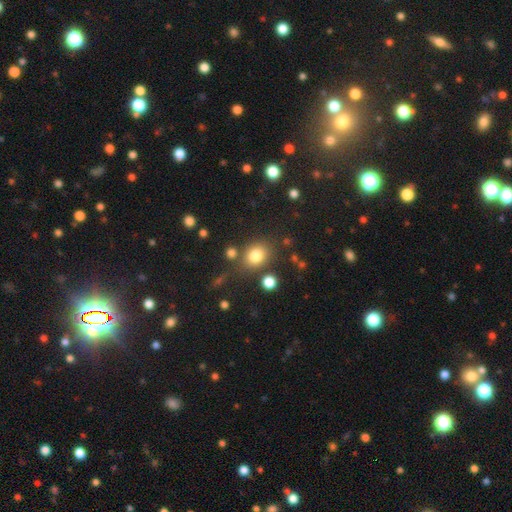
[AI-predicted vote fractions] Q: Smooth or featured?
A: smooth (80%); runner-up: star or artifact (12%)
Q: How rounded?
A: round (59%); runner-up: in between (40%)
Q: Merging?
A: none (74%); runner-up: minor disturbance (12%)